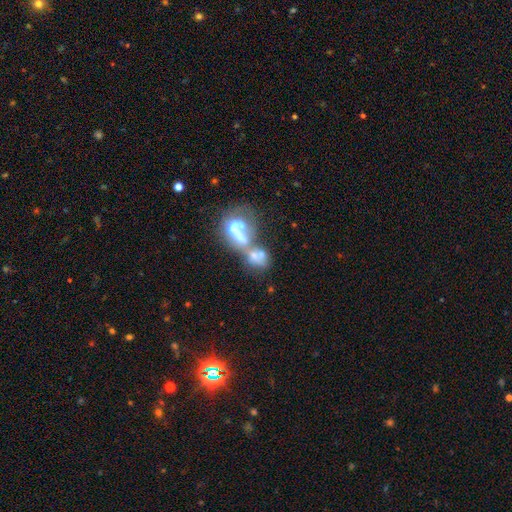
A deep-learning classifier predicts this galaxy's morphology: This appears to be a smooth galaxy with no disk features (40%). Merging: merger (67%).